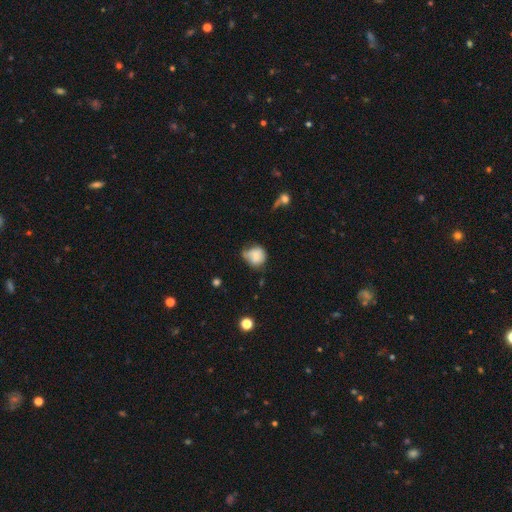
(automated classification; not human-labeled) Smooth or featured? smooth (72%)
How rounded? round (74%)
Merging? none (39%)